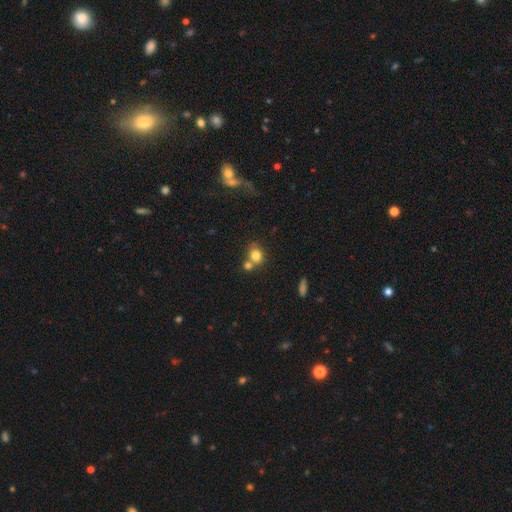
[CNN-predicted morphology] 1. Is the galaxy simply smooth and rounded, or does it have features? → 78% smooth, 11% star or artifact, 11% featured or disk.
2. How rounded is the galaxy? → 62% round, 36% in between, 1% cigar-shaped.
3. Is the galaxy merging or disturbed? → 46% none, 38% merger, 11% minor disturbance, 5% major disturbance.